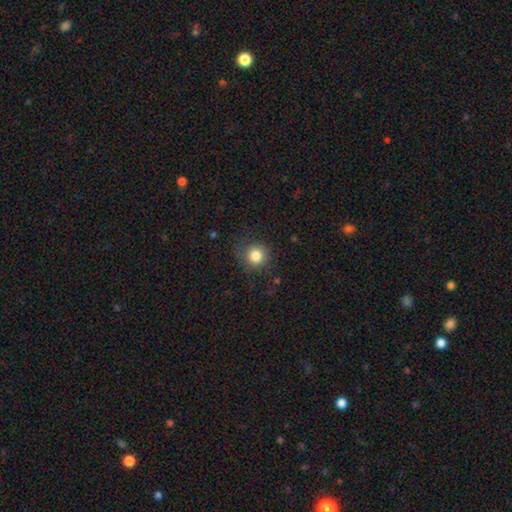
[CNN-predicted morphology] Q: Smooth or featured?
A: smooth (82%); runner-up: star or artifact (11%)
Q: How rounded?
A: round (90%); runner-up: in between (9%)
Q: Merging?
A: none (78%); runner-up: minor disturbance (15%)